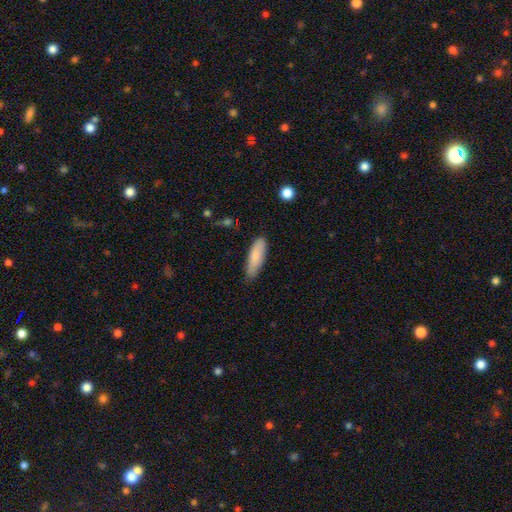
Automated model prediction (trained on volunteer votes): Q: Smooth or featured?
A: smooth (84%); runner-up: featured or disk (10%)
Q: How rounded?
A: cigar-shaped (53%); runner-up: in between (46%)
Q: Merging?
A: none (78%); runner-up: minor disturbance (17%)